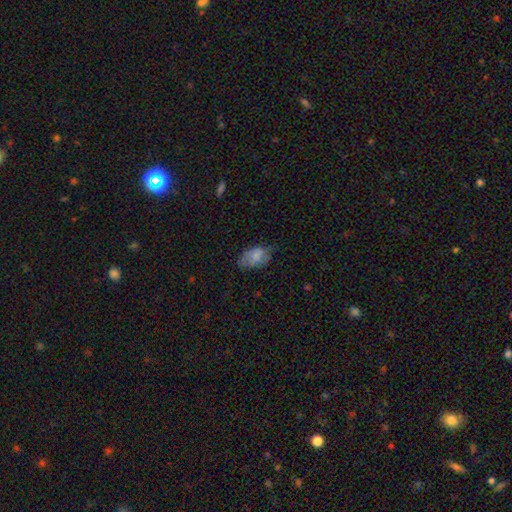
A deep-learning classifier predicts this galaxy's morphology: The model was most divided on "merging": none: 55%, minor disturbance: 32%, major disturbance: 12%, merger: 2%. More confident: how rounded — in between (92%); smooth or featured — smooth (77%).